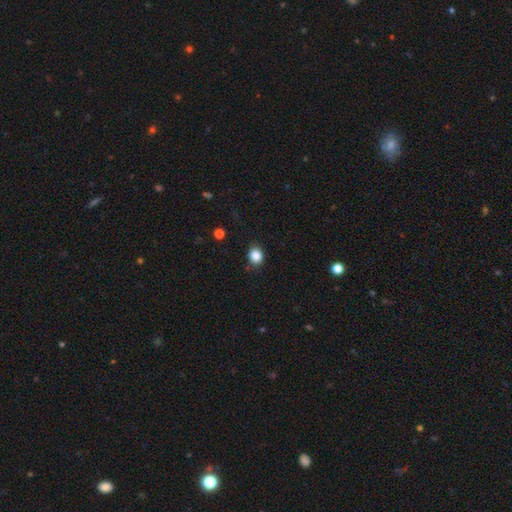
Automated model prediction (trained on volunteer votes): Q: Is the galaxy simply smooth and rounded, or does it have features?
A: smooth — 85%.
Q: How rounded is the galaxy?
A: round — 63%.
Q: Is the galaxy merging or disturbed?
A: none — 84%.